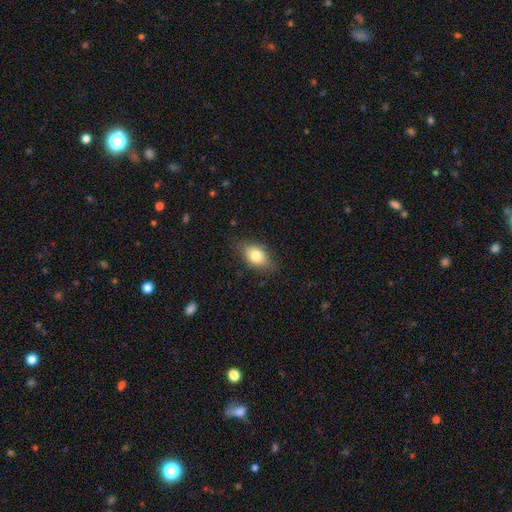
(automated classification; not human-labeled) Smooth or featured: smooth — 78% (featured or disk — 14%)
How rounded: in between — 82% (round — 15%)
Merging: none — 76% (minor disturbance — 19%)